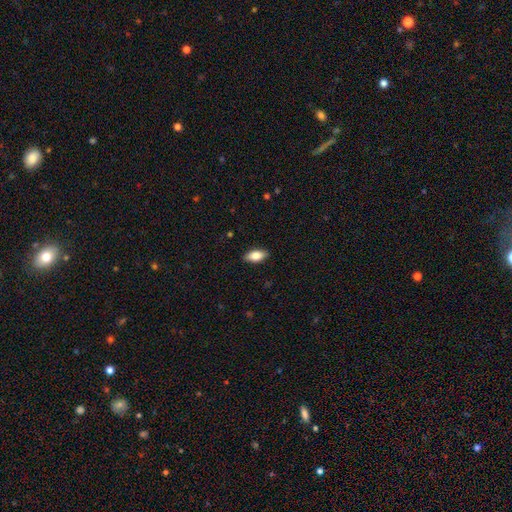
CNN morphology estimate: This appears to be a smooth galaxy with no disk features (83%) that is in between round and cigar-shaped (89%). Merging: none (88%).